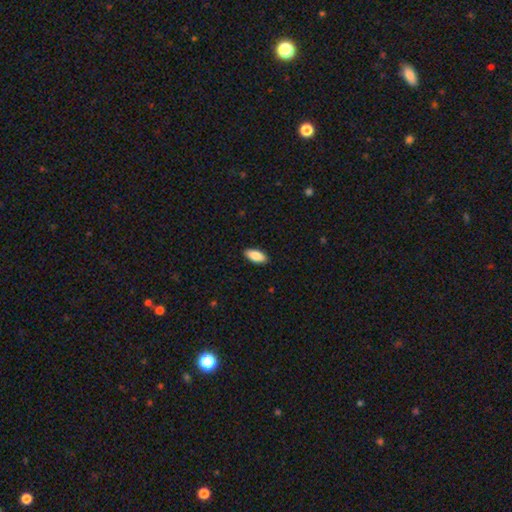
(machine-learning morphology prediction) Smooth or featured: smooth — 86% (featured or disk — 7%)
How rounded: in between — 89% (cigar-shaped — 9%)
Merging: none — 90% (minor disturbance — 7%)